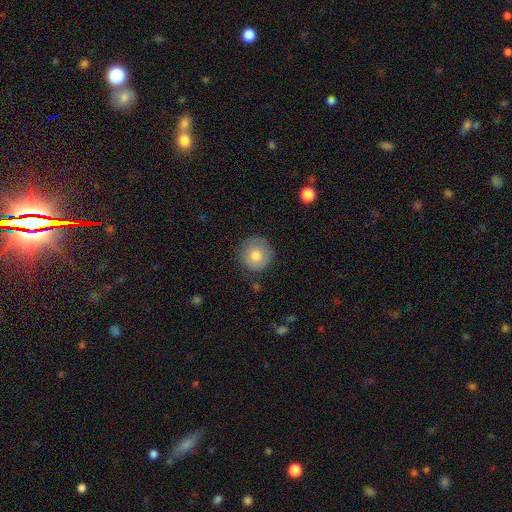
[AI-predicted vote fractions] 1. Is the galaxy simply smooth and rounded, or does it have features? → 78% smooth, 14% featured or disk, 8% star or artifact.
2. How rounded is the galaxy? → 94% round, 5% in between, 1% cigar-shaped.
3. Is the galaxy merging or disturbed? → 84% none, 11% minor disturbance, 3% major disturbance, 1% merger.